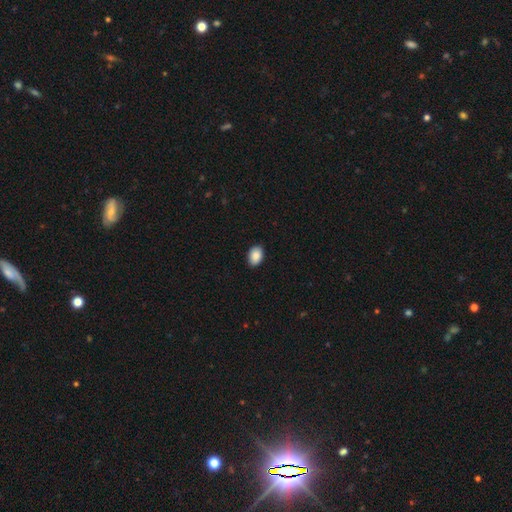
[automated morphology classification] This is clearly a smooth galaxy (89%). How rounded: clearly in between (84%). Merging: clearly none (89%).